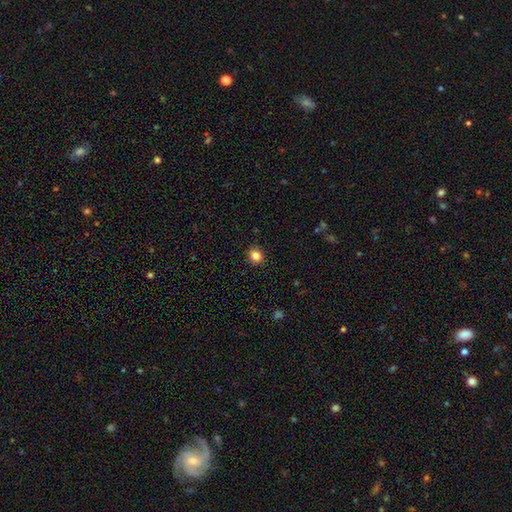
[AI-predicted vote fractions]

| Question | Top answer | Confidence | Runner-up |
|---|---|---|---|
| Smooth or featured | smooth | 84% | star or artifact (12%) |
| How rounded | round | 88% | in between (11%) |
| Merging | none | 92% | minor disturbance (6%) |